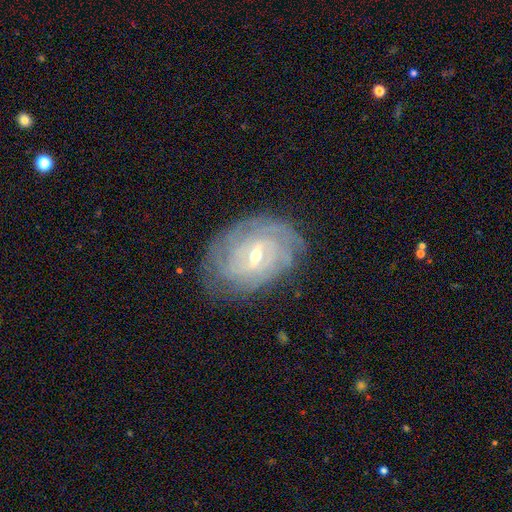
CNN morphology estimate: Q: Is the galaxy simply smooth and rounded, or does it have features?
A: featured or disk — 85%.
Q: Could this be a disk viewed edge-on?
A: no — 95%.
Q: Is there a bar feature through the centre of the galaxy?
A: weak — 54%.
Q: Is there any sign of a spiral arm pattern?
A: yes — 95%.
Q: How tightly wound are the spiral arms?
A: tight — 79%.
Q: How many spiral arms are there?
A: can't tell — 38%.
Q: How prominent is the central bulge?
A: small — 53%.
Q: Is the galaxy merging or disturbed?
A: none — 79%.